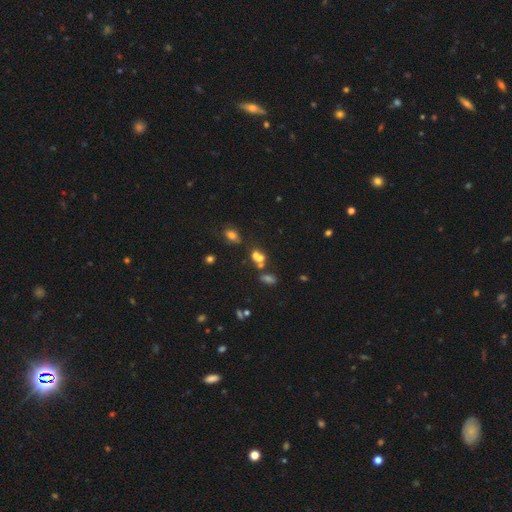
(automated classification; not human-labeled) Smooth or featured? Predicted: smooth (p=0.56). How rounded? Predicted: in between (p=0.50). Merging? Predicted: merger (p=0.49).